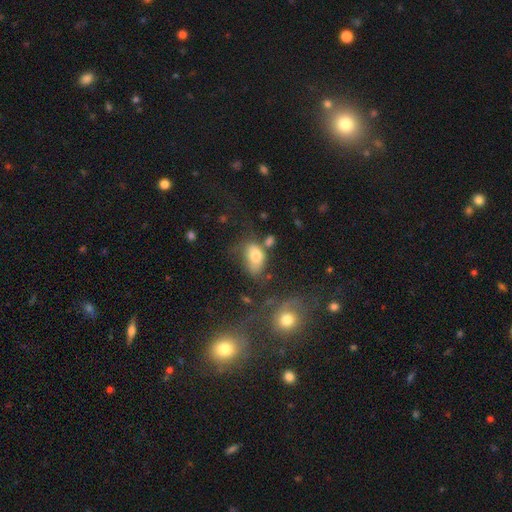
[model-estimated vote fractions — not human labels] Smooth or featured?
  - smooth: 74% *
  - featured or disk: 17%
  - star or artifact: 10%
How rounded?
  - in between: 86% *
  - round: 12%
  - cigar-shaped: 2%
Merging?
  - none: 34% *
  - minor disturbance: 26%
  - major disturbance: 21%
  - merger: 19%